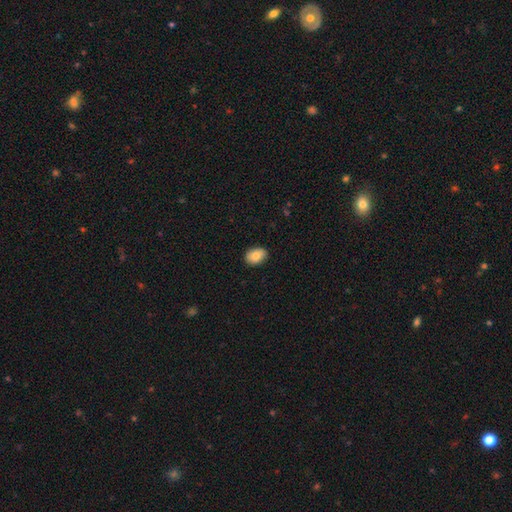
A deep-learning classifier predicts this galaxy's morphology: The model was most divided on "how rounded": in between: 80%, round: 19%, cigar-shaped: 1%. More confident: merging — none (87%); smooth or featured — smooth (85%).